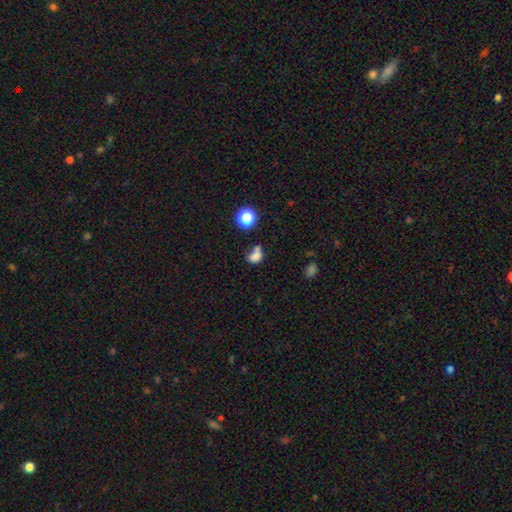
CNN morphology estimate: Overall: smooth (73%). How rounded: in between (63%; round 35%). Merging: merger (45%; none 29%).